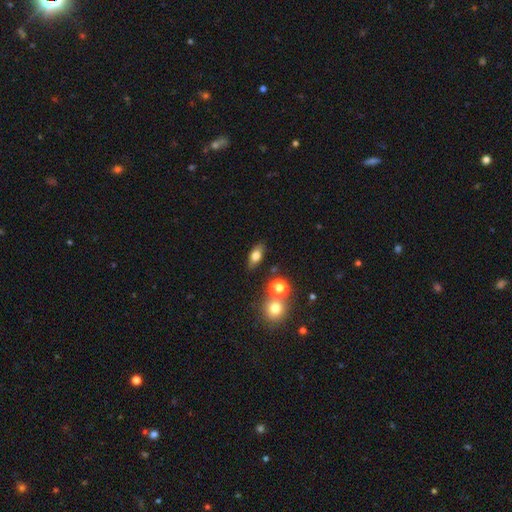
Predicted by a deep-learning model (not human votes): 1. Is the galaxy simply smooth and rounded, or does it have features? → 74% smooth, 16% featured or disk, 10% star or artifact.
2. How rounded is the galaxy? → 80% in between, 11% round, 9% cigar-shaped.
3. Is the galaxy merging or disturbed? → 80% none, 11% minor disturbance, 6% merger, 3% major disturbance.